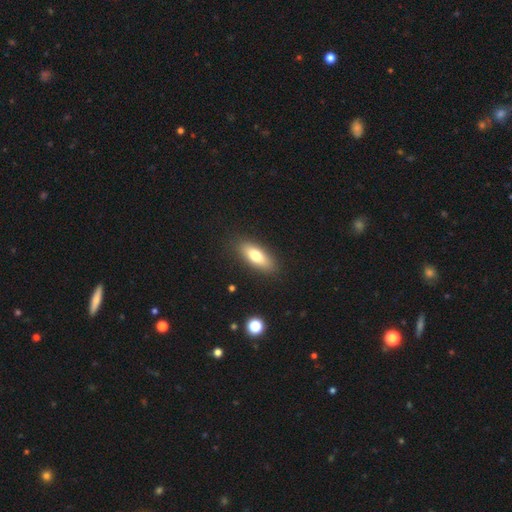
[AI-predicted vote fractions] A smooth galaxy with no disk features (73%) that is in between round and cigar-shaped (70%). Merging: none (87%).